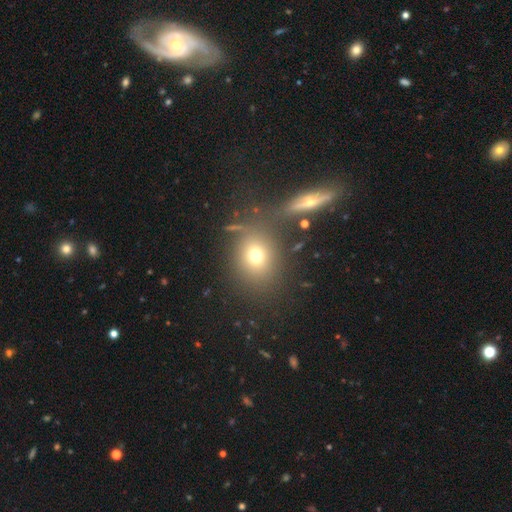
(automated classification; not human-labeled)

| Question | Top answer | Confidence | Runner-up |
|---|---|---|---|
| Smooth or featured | smooth | 70% | star or artifact (16%) |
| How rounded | round | 67% | in between (31%) |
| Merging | none | 70% | merger (13%) |